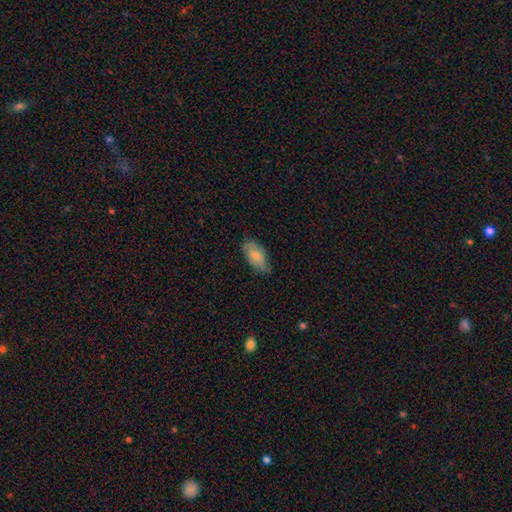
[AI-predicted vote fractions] smooth_or_featured: smooth (p=0.70) [alt: featured or disk p=0.24]
how_rounded: in between (p=0.93) [alt: round p=0.04]
merging: none (p=0.61) [alt: minor disturbance p=0.31]